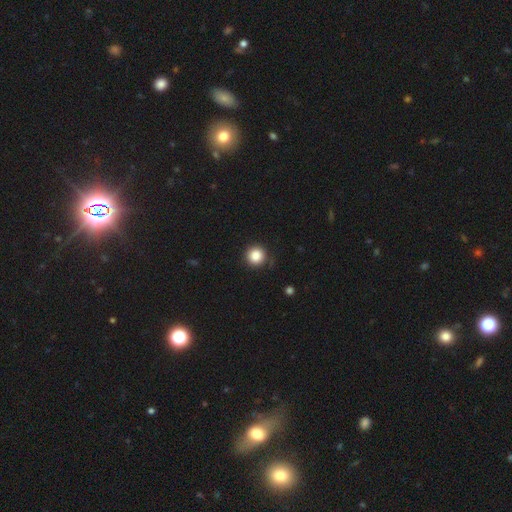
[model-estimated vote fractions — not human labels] Smooth or featured?
  - smooth: 87% *
  - star or artifact: 10%
  - featured or disk: 4%
How rounded?
  - round: 96% *
  - in between: 3%
  - cigar-shaped: 1%
Merging?
  - none: 88% *
  - minor disturbance: 8%
  - major disturbance: 2%
  - merger: 1%